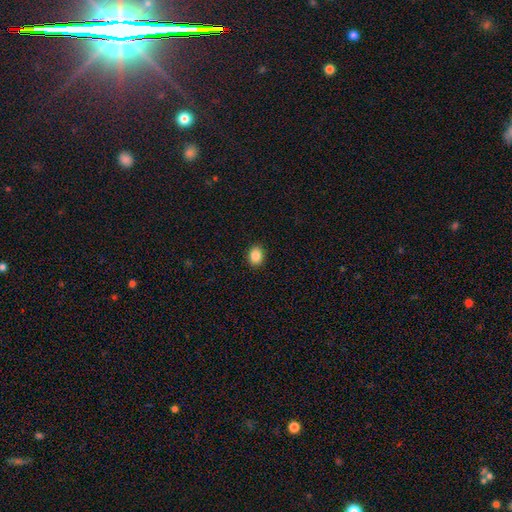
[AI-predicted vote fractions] This appears to be a smooth galaxy with no disk features (86%) that is round (54%). Merging: none (91%).